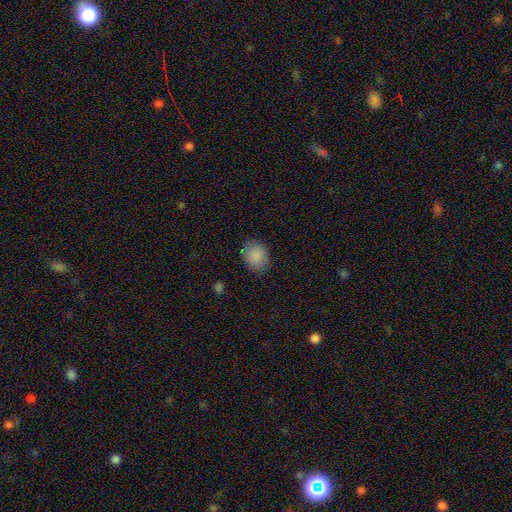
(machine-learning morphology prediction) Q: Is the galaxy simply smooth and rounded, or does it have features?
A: smooth — 87%.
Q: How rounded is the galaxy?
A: in between — 63%.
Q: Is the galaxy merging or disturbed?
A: none — 84%.